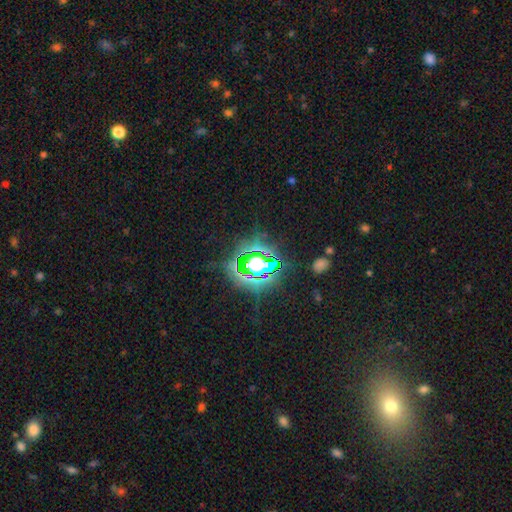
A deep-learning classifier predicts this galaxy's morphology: type=star or artifact (82%).